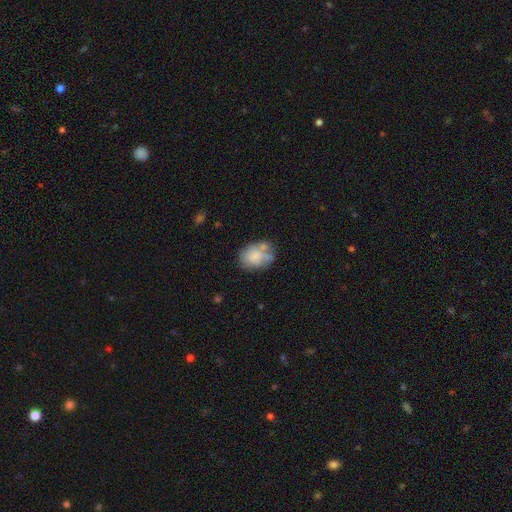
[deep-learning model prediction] This is likely a smooth galaxy (64%). How rounded: likely in between (71%). Merging: marginally none (44%).